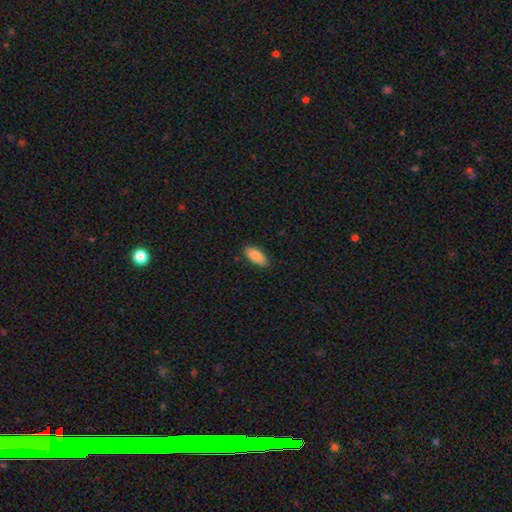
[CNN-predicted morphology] This is clearly a smooth galaxy (86%). How rounded: clearly in between (87%). Merging: clearly none (88%).